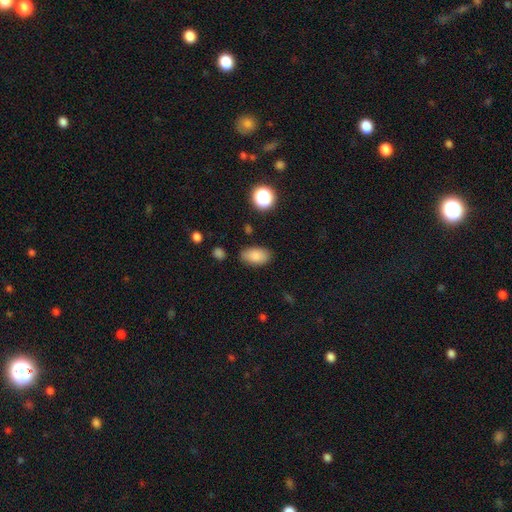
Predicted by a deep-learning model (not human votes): Q: Smooth or featured?
A: smooth (84%); runner-up: star or artifact (9%)
Q: How rounded?
A: in between (91%); runner-up: round (6%)
Q: Merging?
A: none (81%); runner-up: minor disturbance (14%)